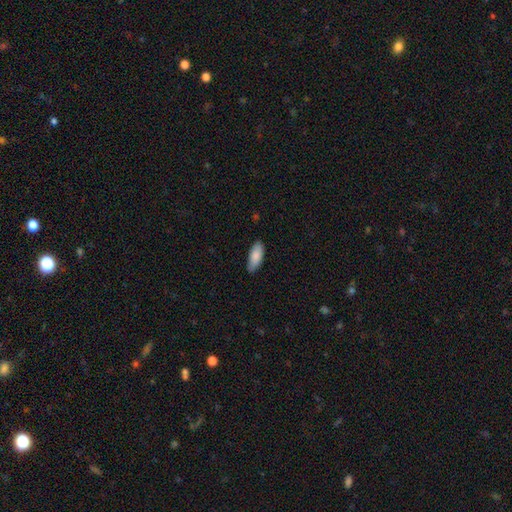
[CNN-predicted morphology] A smooth galaxy with no disk features (86%) that is in between round and cigar-shaped (81%).

Vote fractions:
- Smooth or featured? smooth: 86% / featured or disk: 8% / star or artifact: 6%
- How rounded? in between: 81% / cigar-shaped: 17% / round: 2%
- Merging? none: 81% / minor disturbance: 16% / major disturbance: 2% / merger: 1%